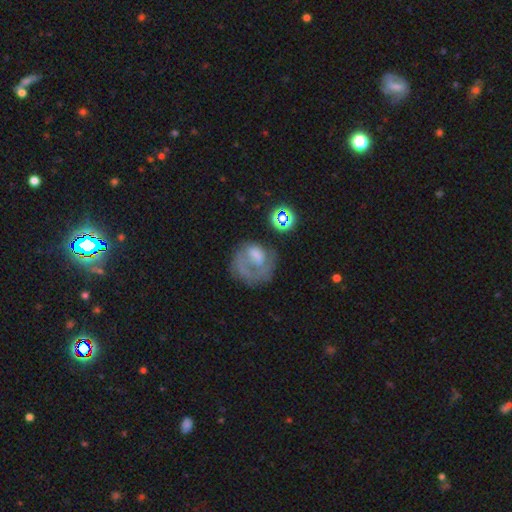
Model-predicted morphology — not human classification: This is possibly a featured or disk galaxy (53%). It is clearly not viewed edge-on (97%). Bar: likely no (68%). Spiral arm pattern: possibly no (51%). Central bulge: marginally none (43%). Merging: marginally none (44%).